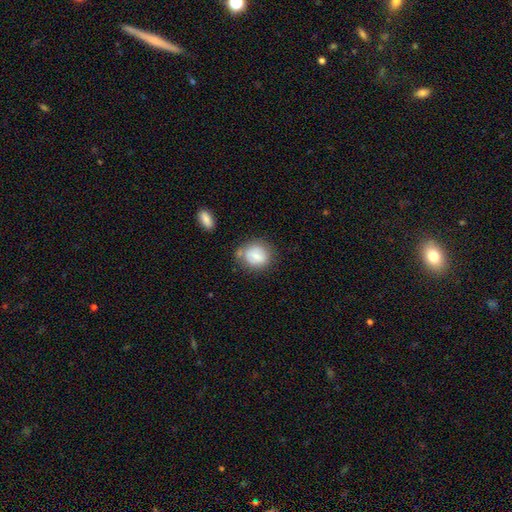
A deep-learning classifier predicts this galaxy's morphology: This appears to be a smooth galaxy with no disk features (73%) that is round (70%). Merging: none (61%).